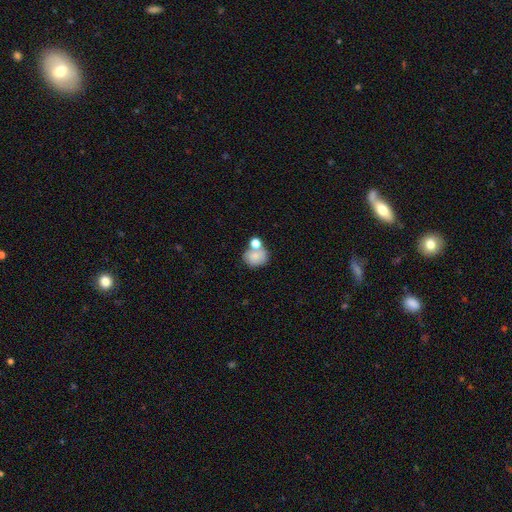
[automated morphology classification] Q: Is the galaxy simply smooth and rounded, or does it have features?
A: smooth — 76%.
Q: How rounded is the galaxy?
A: round — 67%.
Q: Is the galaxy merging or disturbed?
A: none — 43%.